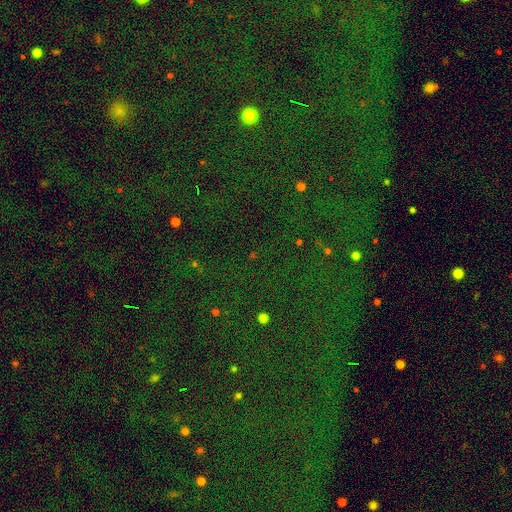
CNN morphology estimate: This is clearly a star or artifact rather than a galaxy (82%).